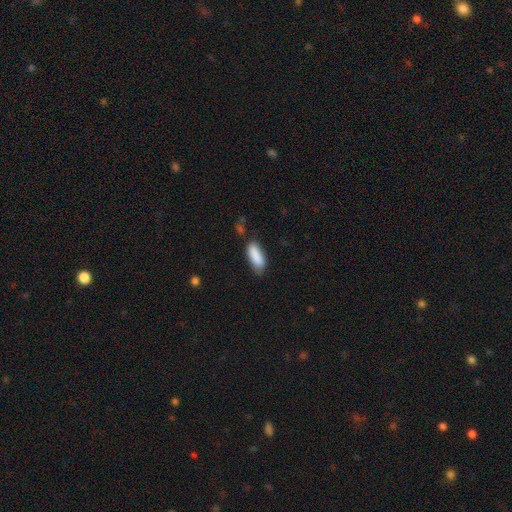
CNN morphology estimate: type=smooth (87%); roundness=in between (67%); merging=none (69%).